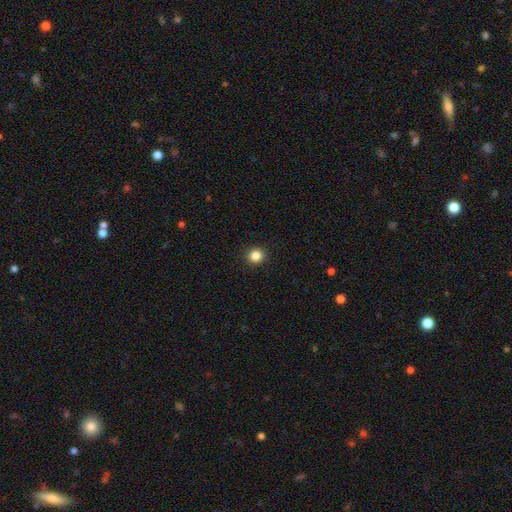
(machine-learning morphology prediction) Smooth or featured? Predicted: smooth (p=0.84). How rounded? Predicted: round (p=0.90). Merging? Predicted: none (p=0.93).